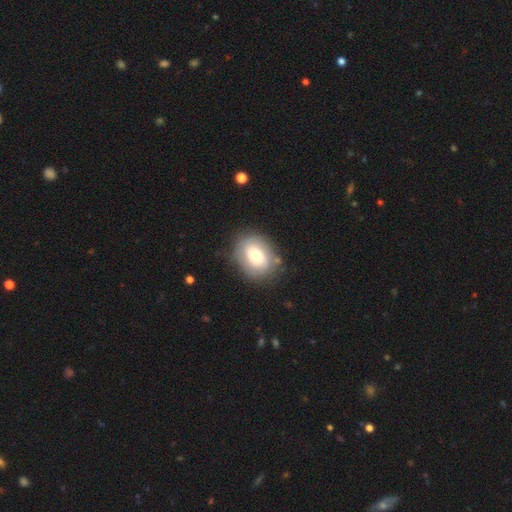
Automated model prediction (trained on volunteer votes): This appears to be a smooth galaxy with no disk features (62%) that is in between round and cigar-shaped (63%). Merging: none (76%).